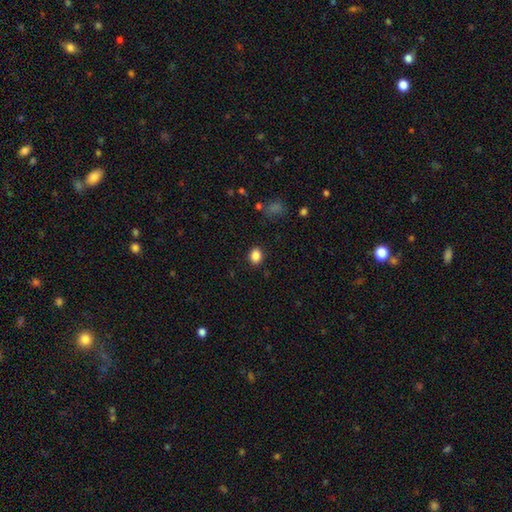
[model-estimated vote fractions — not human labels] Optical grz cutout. It shows a smooth galaxy with no disk features (85%) that is round (50%). Merging: none (88%).